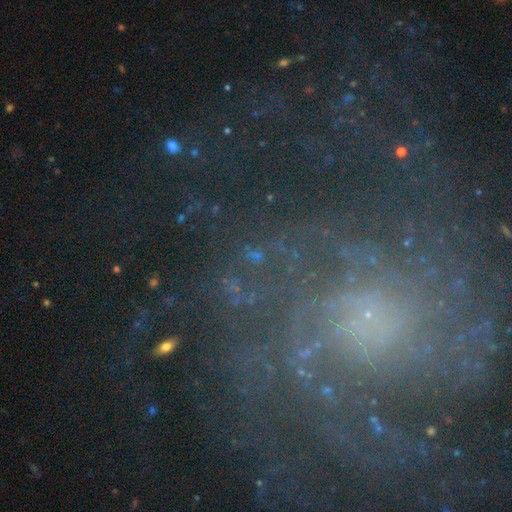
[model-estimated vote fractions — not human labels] Smooth or featured: featured or disk — 52% (star or artifact — 33%)
Edge-on disk: no — 96% (yes — 4%)
Merging: none — 70% (minor disturbance — 14%)